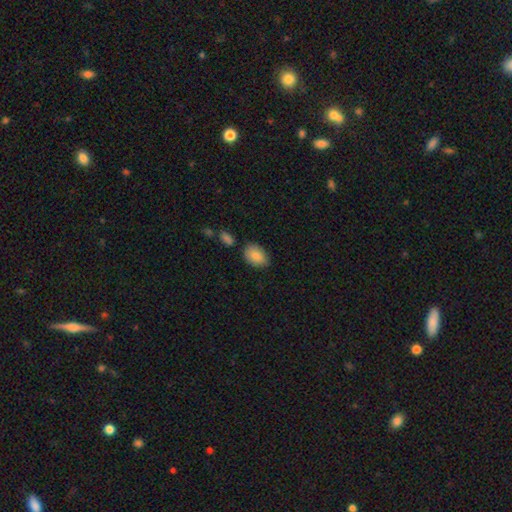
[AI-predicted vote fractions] The model was most divided on "merging": none: 77%, minor disturbance: 16%, merger: 4%, major disturbance: 3%. More confident: smooth or featured — smooth (85%); how rounded — in between (85%).